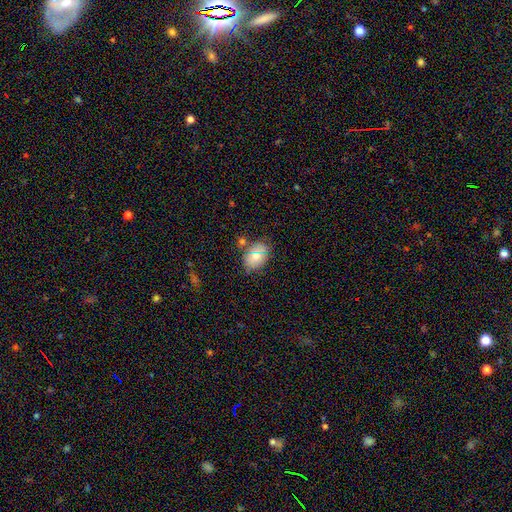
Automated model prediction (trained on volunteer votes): Smooth or featured?
  - smooth: 72% *
  - featured or disk: 19%
  - star or artifact: 9%
How rounded?
  - in between: 77% *
  - round: 22%
  - cigar-shaped: 1%
Merging?
  - none: 67% *
  - minor disturbance: 20%
  - merger: 9%
  - major disturbance: 4%